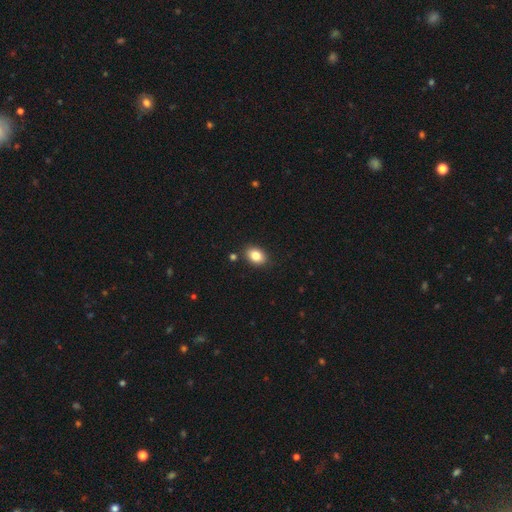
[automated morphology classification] A smooth galaxy with no disk features (84%) that is in between round and cigar-shaped (76%). Merging: none (86%).